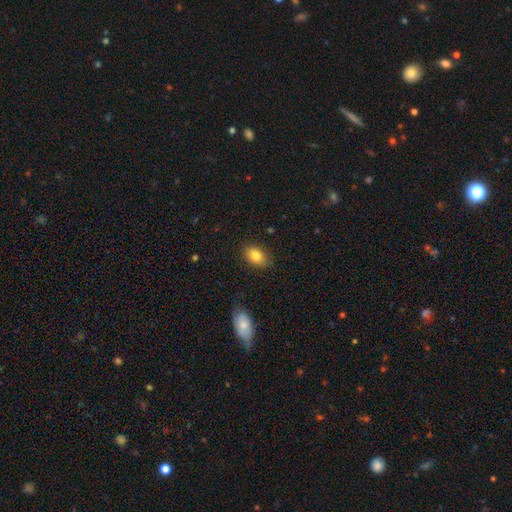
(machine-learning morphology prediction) Smooth or featured: smooth — 82% (featured or disk — 9%)
How rounded: in between — 81% (round — 18%)
Merging: none — 82% (minor disturbance — 14%)